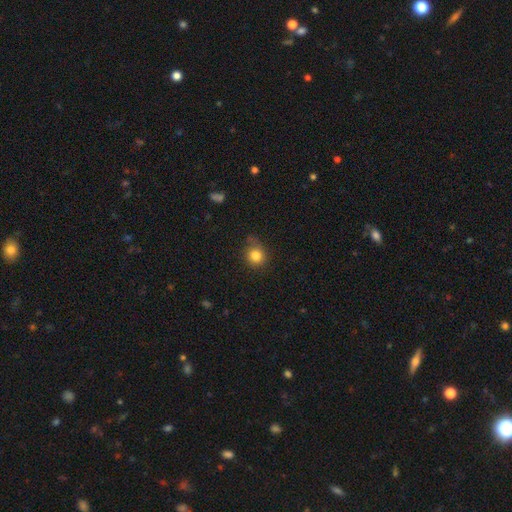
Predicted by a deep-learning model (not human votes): smooth-or-featured: smooth: 82% | star or artifact: 11% | featured or disk: 6%
  how-rounded: round: 82% | in between: 17% | cigar-shaped: 1%
  merging: none: 66% | minor disturbance: 25% | major disturbance: 7% | merger: 2%